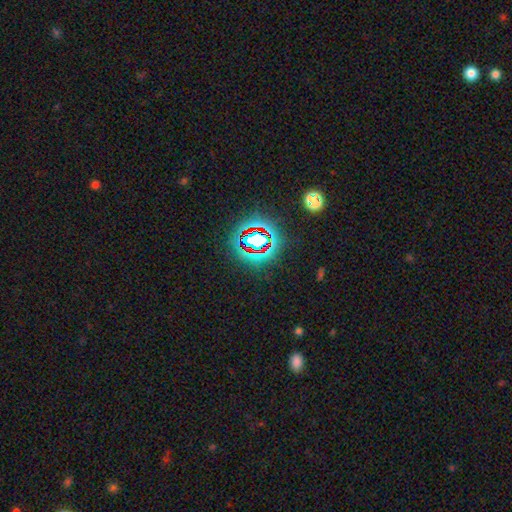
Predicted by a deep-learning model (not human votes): Smooth or featured? Predicted: star or artifact (p=0.77).